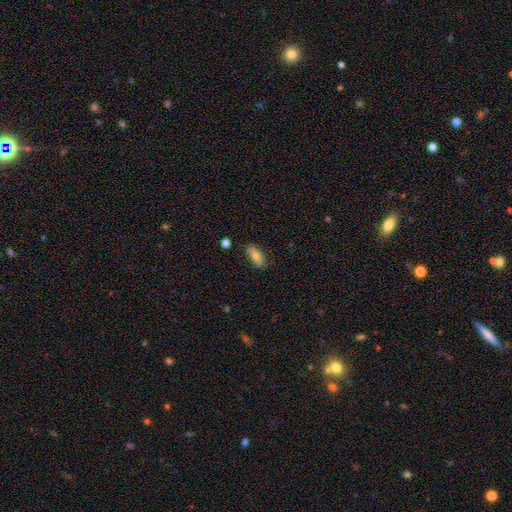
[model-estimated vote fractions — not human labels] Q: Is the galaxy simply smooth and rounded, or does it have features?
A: smooth — 75%.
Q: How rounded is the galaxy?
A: in between — 82%.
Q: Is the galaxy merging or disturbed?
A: none — 80%.